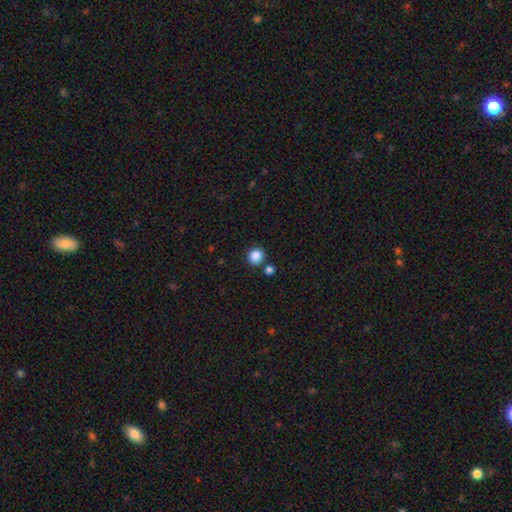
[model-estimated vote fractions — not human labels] This appears to be a smooth galaxy with no disk features (86%) that is round (92%). Merging: none (79%).